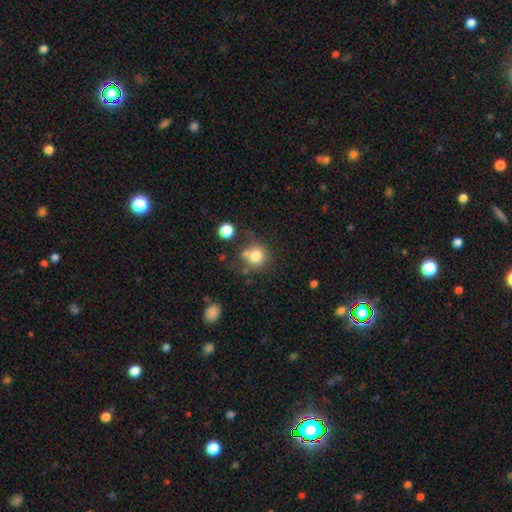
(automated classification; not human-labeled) Morphology: type=smooth (78%); roundness=round (90%); merging=none (60%).